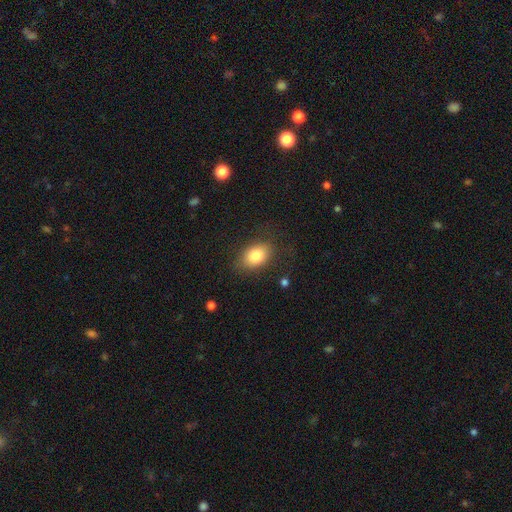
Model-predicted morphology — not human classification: smooth_or_featured: smooth (p=0.82) [alt: featured or disk p=0.10]
how_rounded: in between (p=0.80) [alt: round p=0.18]
merging: none (p=0.80) [alt: minor disturbance p=0.14]